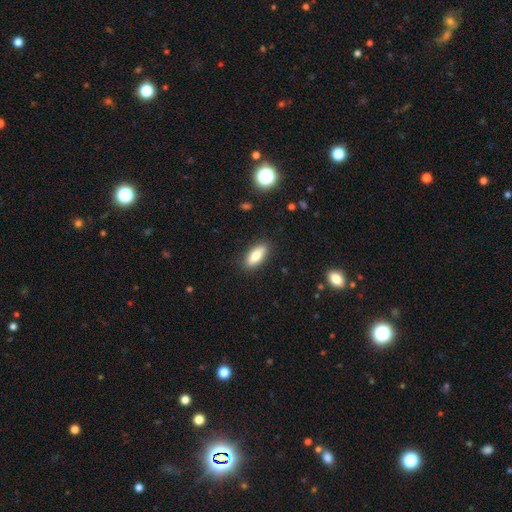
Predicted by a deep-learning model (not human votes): This appears to be a smooth galaxy with no disk features (79%) that is in between round and cigar-shaped (77%). Merging: none (87%).